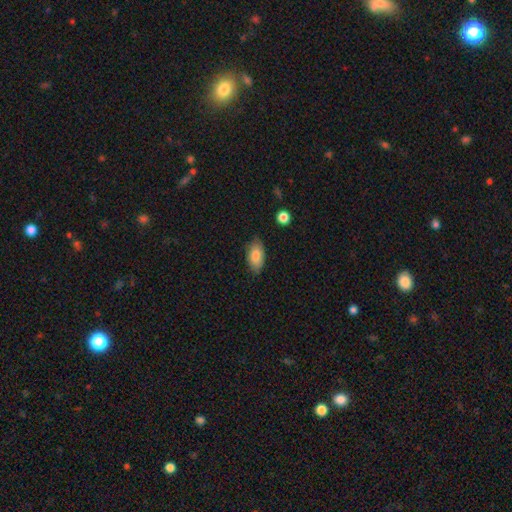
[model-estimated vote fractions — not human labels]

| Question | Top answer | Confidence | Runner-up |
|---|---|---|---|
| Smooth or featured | smooth | 81% | featured or disk (12%) |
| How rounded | in between | 92% | round (4%) |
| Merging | none | 79% | minor disturbance (17%) |